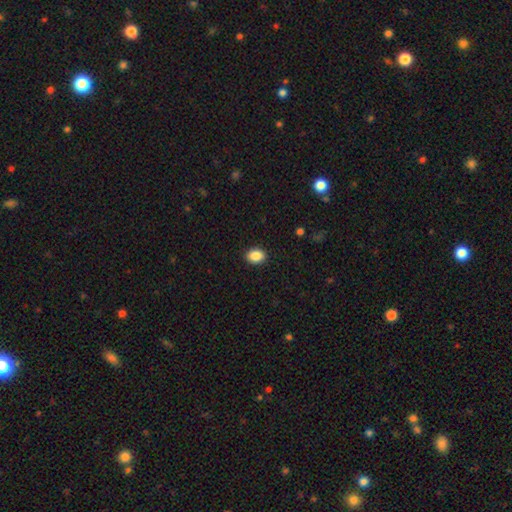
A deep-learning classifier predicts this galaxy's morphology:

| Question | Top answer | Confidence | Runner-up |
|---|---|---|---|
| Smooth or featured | smooth | 88% | star or artifact (8%) |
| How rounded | in between | 67% | round (32%) |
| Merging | none | 91% | minor disturbance (7%) |